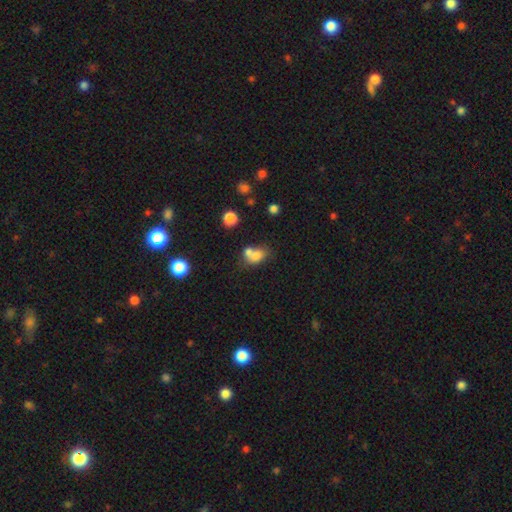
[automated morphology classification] smooth-or-featured: smooth: 73% | featured or disk: 15% | star or artifact: 12%
  how-rounded: in between: 64% | round: 35% | cigar-shaped: 2%
  merging: merger: 57% | none: 28% | minor disturbance: 10% | major disturbance: 5%